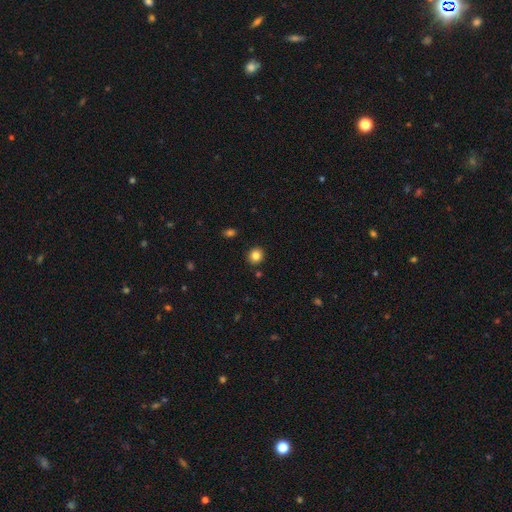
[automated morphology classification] smooth 84%, star or artifact 11%, featured or disk 5%. Down the decision tree: how rounded — round (84%); merging — none (89%).